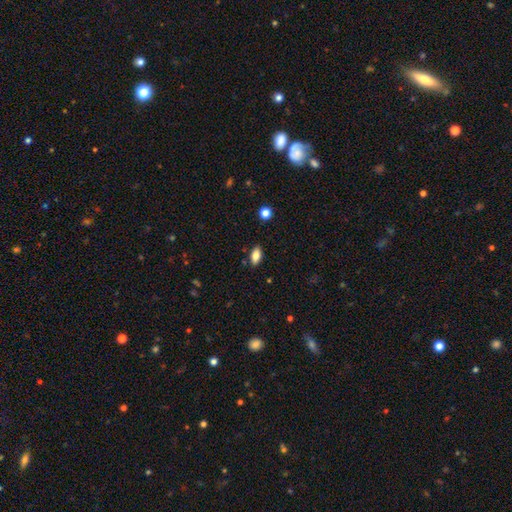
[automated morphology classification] Overall: smooth (81%). How rounded: in between (89%). Merging: none (87%).